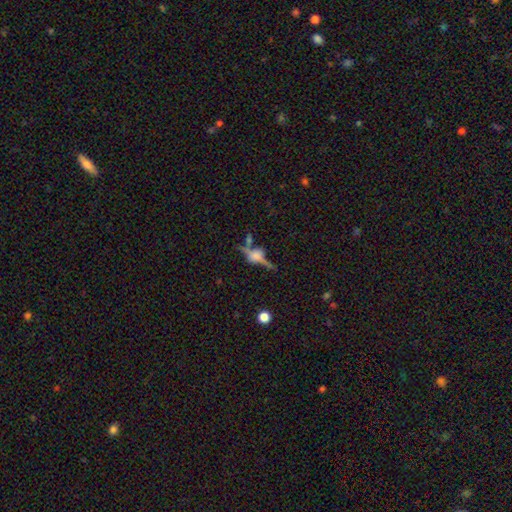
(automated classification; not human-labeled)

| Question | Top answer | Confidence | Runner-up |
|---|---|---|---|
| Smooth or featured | featured or disk | 70% | smooth (17%) |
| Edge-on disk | yes | 93% | no (7%) |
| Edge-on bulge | rounded | 83% | boxy (12%) |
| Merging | none | 68% | minor disturbance (14%) |